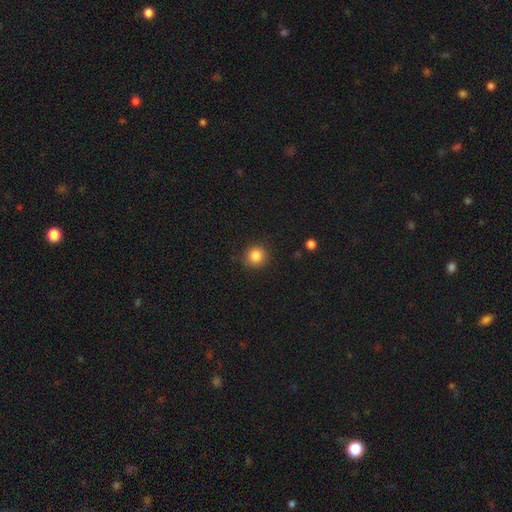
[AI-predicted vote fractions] This appears to be a smooth galaxy with no disk features (85%) that is round (92%). Merging: none (89%).